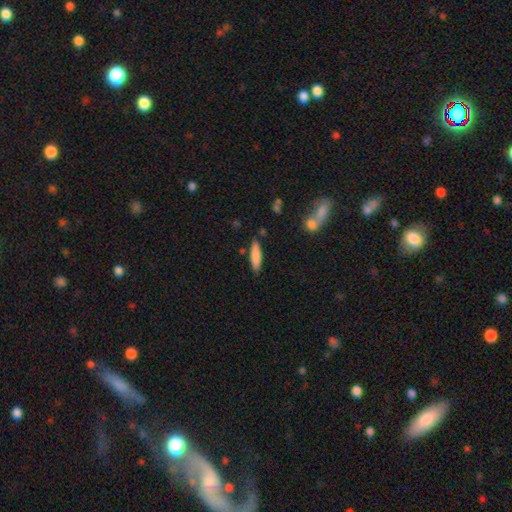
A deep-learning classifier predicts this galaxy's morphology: Smooth or featured? Predicted: smooth (p=0.82). How rounded? Predicted: cigar-shaped (p=0.76). Merging? Predicted: none (p=0.85).